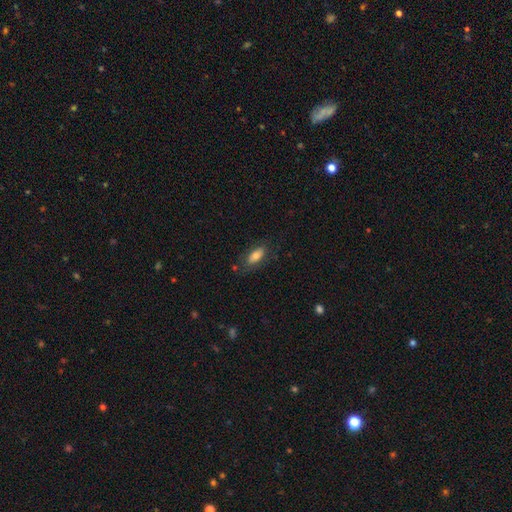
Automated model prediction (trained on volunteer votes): smooth_or_featured: smooth (p=0.76) [alt: featured or disk p=0.17]
how_rounded: in between (p=0.85) [alt: cigar-shaped p=0.12]
merging: none (p=0.72) [alt: minor disturbance p=0.19]